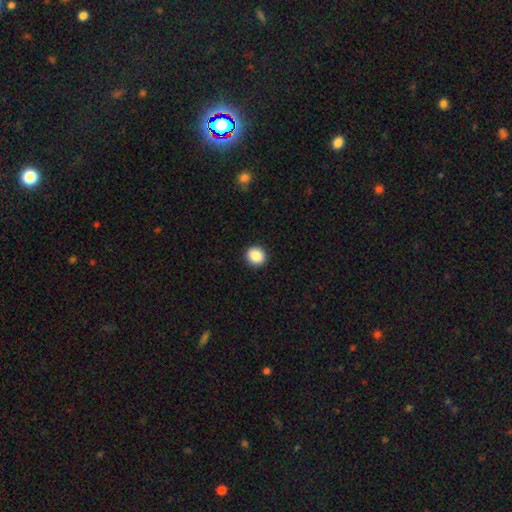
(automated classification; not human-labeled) Smooth or featured: smooth — 88% (star or artifact — 9%)
How rounded: round — 88% (in between — 11%)
Merging: none — 93% (minor disturbance — 5%)